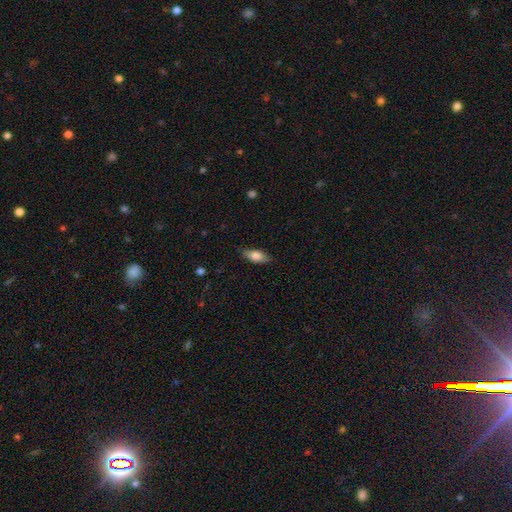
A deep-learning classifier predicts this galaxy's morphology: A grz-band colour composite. It shows a smooth galaxy with no disk features (78%) that is in between round and cigar-shaped (78%). Merging: none (83%).